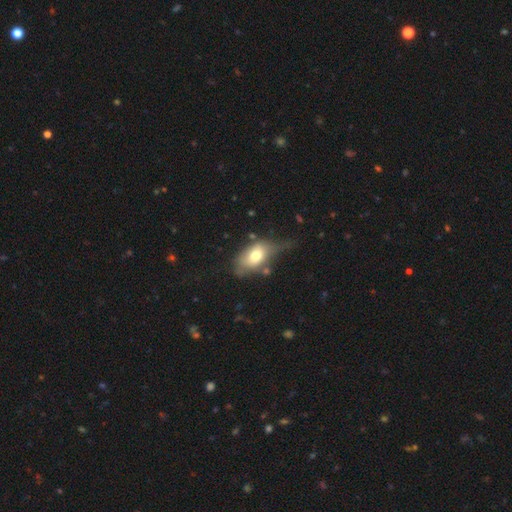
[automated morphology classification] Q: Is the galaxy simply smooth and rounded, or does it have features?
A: smooth — 71%.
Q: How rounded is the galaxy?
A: in between — 88%.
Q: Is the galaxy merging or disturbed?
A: none — 35%.